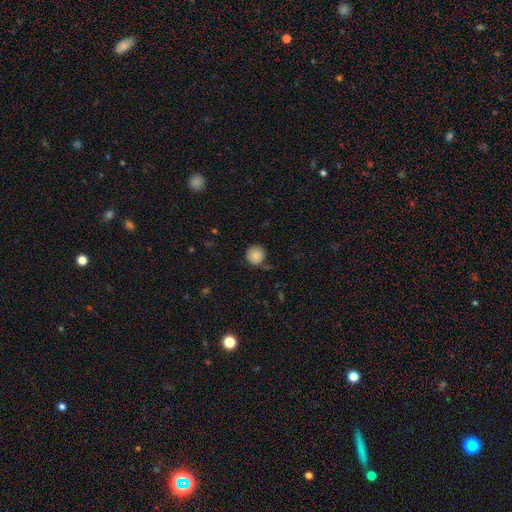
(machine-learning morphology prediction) This is clearly a smooth galaxy (85%). How rounded: clearly round (94%). Merging: likely none (76%).